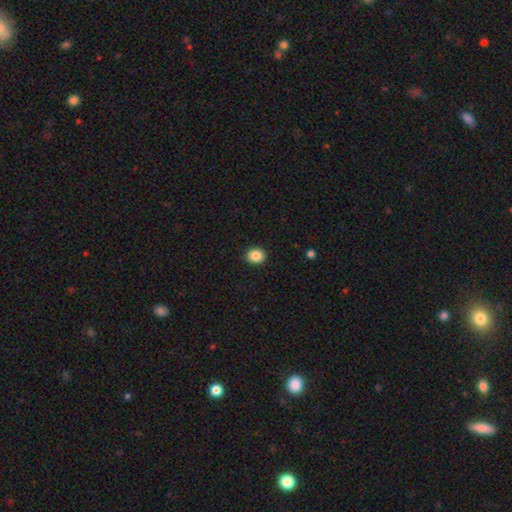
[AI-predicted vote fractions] Q: Smooth or featured?
A: smooth (87%); runner-up: star or artifact (9%)
Q: How rounded?
A: round (72%); runner-up: in between (27%)
Q: Merging?
A: none (92%); runner-up: minor disturbance (5%)